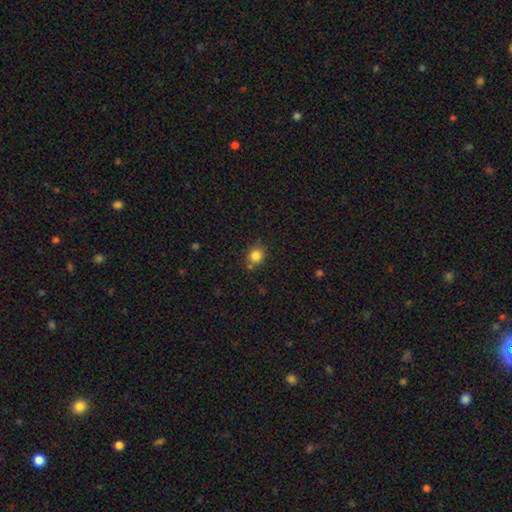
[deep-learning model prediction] A smooth galaxy with no disk features (83%) that is round (82%). Merging: none (76%).